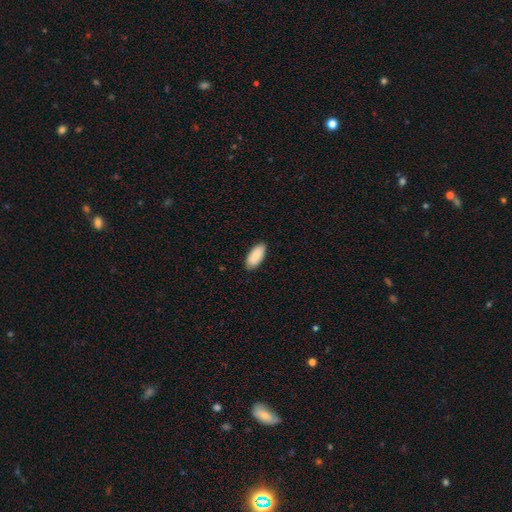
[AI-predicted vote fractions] The model was most divided on "merging": none: 86%, minor disturbance: 11%, major disturbance: 2%, merger: 1%. More confident: how rounded — in between (91%); smooth or featured — smooth (89%).